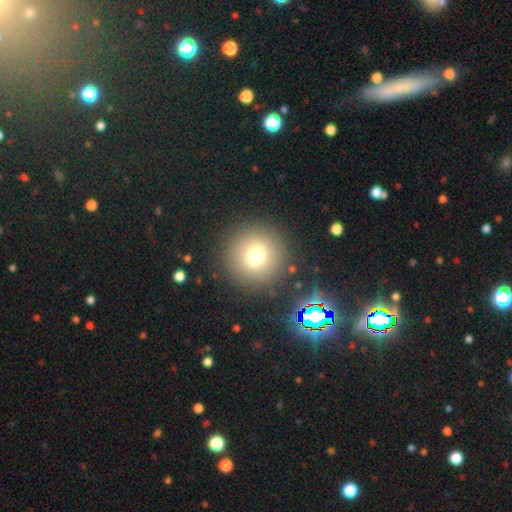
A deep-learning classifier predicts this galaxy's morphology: Smooth or featured? Predicted: smooth (p=0.71). How rounded? Predicted: round (p=0.96). Merging? Predicted: none (p=0.88).